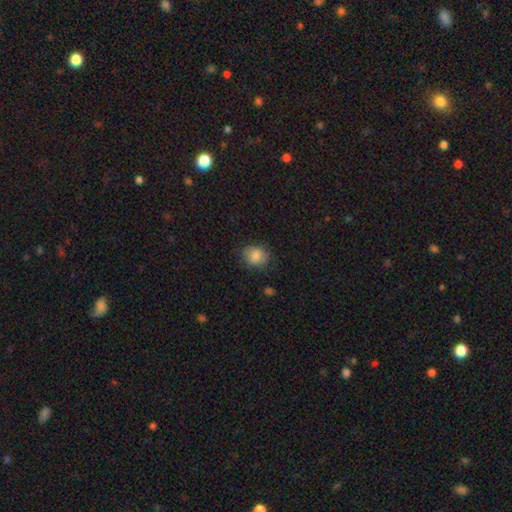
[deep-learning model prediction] Overall: smooth (84%). How rounded: round (63%; in between 37%). Merging: none (76%).